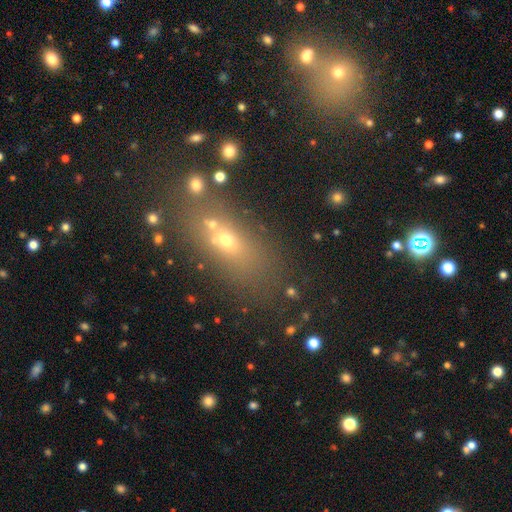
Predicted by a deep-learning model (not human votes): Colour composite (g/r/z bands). It shows a smooth galaxy with no disk features (51%) that is in between round and cigar-shaped (62%). Merging: none (70%).